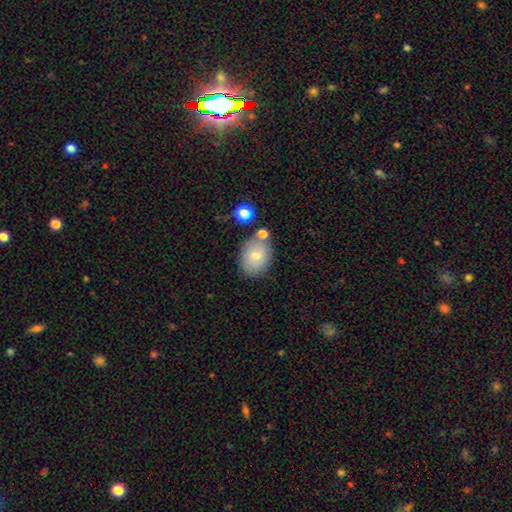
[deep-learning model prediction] This is likely a smooth galaxy (74%). How rounded: likely in between (66%). Merging: likely none (68%).